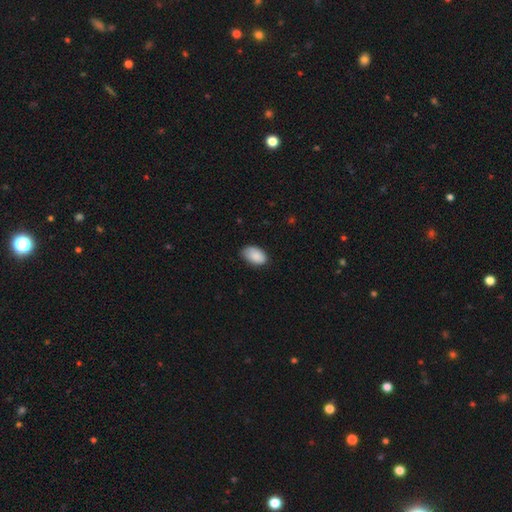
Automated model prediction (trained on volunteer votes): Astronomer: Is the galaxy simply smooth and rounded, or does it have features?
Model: smooth — 88%.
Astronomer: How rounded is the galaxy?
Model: in between — 93%.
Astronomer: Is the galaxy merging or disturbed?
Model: none — 74%.